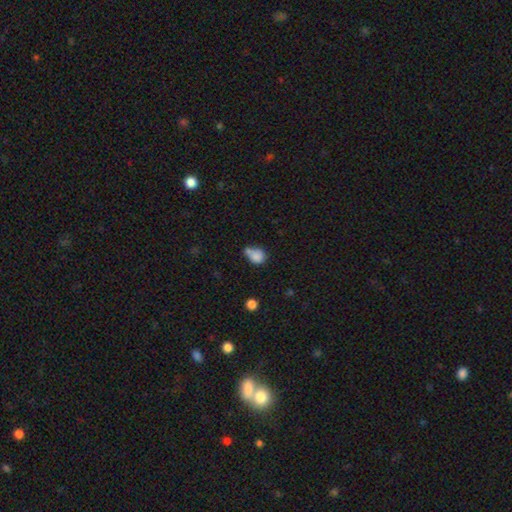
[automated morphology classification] A smooth galaxy with no disk features (81%) that is round (59%).

Vote fractions:
- Smooth or featured? smooth: 81% / star or artifact: 10% / featured or disk: 9%
- How rounded? round: 59% / in between: 40% / cigar-shaped: 1%
- Merging? merger: 40% / none: 34% / minor disturbance: 19% / major disturbance: 7%